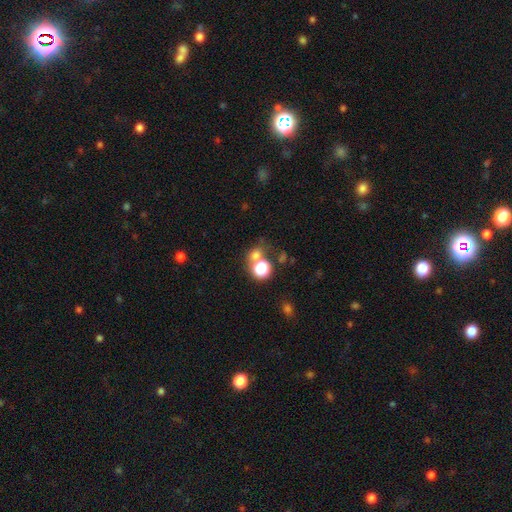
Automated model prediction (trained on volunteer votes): This appears to be a smooth galaxy with no disk features (66%) that is round (76%). Merging: none (54%).